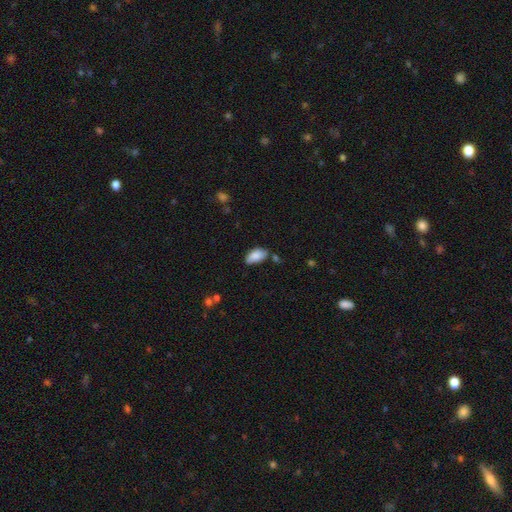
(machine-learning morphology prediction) This appears to be a smooth galaxy with no disk features (85%) that is in between round and cigar-shaped (94%). Merging: none (63%).